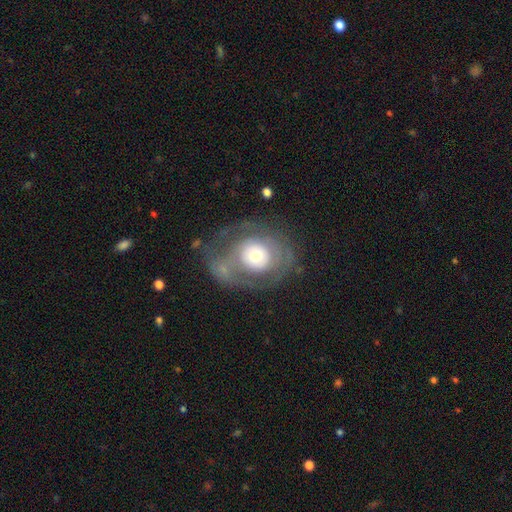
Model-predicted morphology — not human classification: A featured or disk galaxy (58%) with no bar (86%), no spiral arms (51%) and a moderate central bulge (54%). Merging: none (49%).